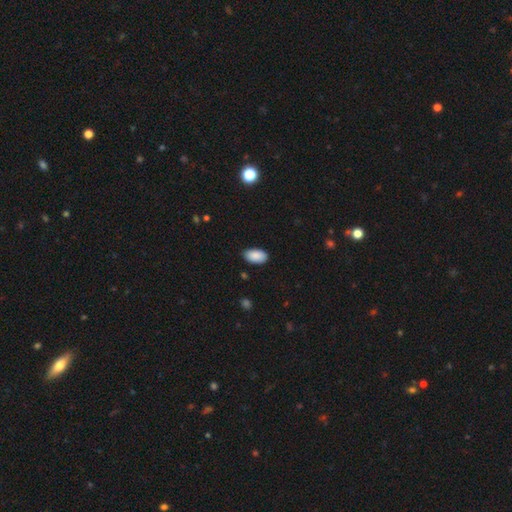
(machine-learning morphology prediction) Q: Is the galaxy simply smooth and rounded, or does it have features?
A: smooth — 89%.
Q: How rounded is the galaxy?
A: in between — 95%.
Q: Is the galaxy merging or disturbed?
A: none — 87%.